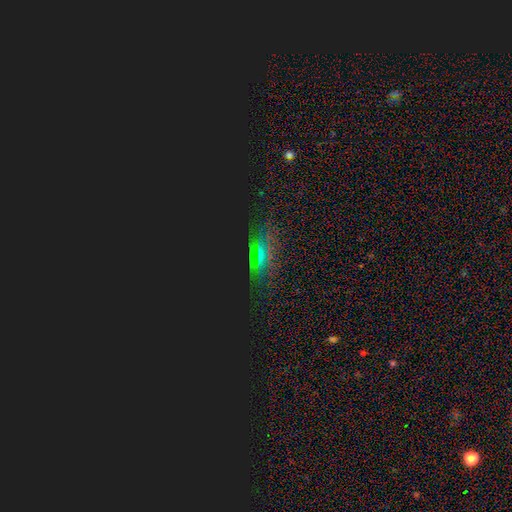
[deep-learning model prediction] Smooth or featured? star or artifact (69%)